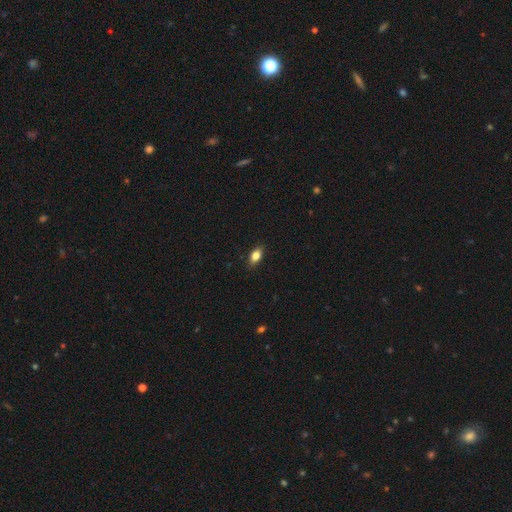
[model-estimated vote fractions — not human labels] A smooth galaxy with no disk features (80%) that is in between round and cigar-shaped (84%).

Vote fractions:
- Smooth or featured? smooth: 80% / featured or disk: 11% / star or artifact: 8%
- How rounded? in between: 84% / round: 9% / cigar-shaped: 7%
- Merging? none: 86% / minor disturbance: 11% / major disturbance: 2% / merger: 1%